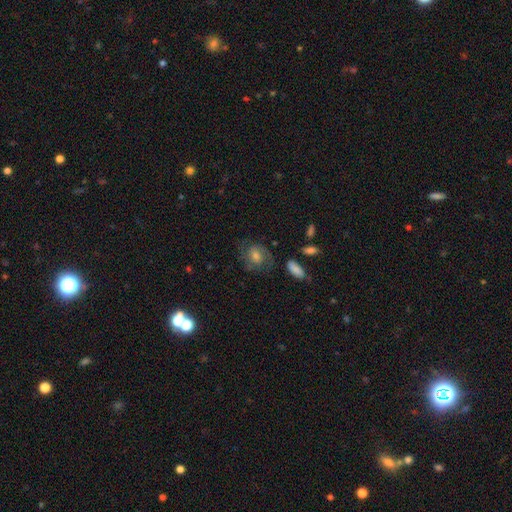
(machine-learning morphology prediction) smooth_or_featured: featured or disk (p=0.61) [alt: smooth p=0.25]
disk_edge_on: no (p=0.96) [alt: yes p=0.04]
bar: no (p=0.54) [alt: weak p=0.36]
has_spiral_arms: yes (p=0.88) [alt: no p=0.12]
spiral_winding: medium (p=0.46) [alt: tight p=0.40]
spiral_arm_count: 2 (p=0.69) [alt: can't tell p=0.18]
bulge_size: moderate (p=0.52) [alt: small p=0.29]
merging: none (p=0.72) [alt: minor disturbance p=0.16]